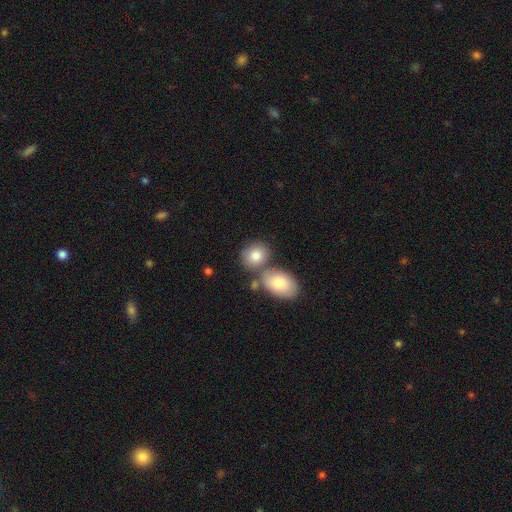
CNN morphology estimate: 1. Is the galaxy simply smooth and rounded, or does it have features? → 80% smooth, 12% featured or disk, 8% star or artifact.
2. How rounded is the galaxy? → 52% round, 47% in between, 1% cigar-shaped.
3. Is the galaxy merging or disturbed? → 54% none, 31% merger, 11% minor disturbance, 4% major disturbance.